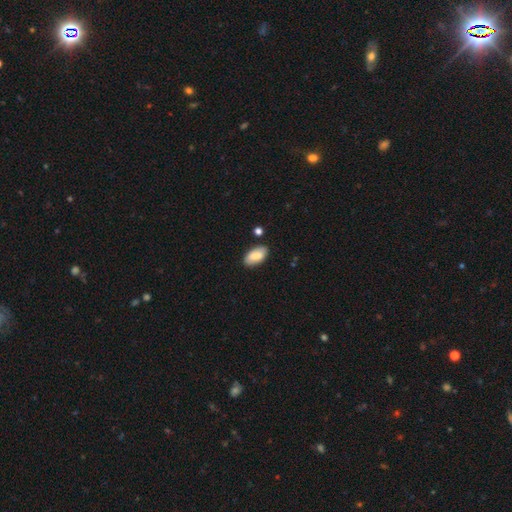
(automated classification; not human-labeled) This appears to be a smooth galaxy with no disk features (79%) that is in between round and cigar-shaped (94%). Merging: none (80%).